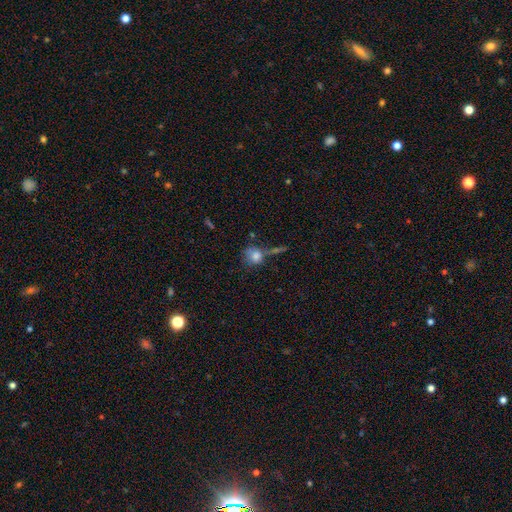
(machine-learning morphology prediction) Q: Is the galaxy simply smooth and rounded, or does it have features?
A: smooth — 75%.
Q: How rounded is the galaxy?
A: round — 70%.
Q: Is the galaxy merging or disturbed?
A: none — 41%.